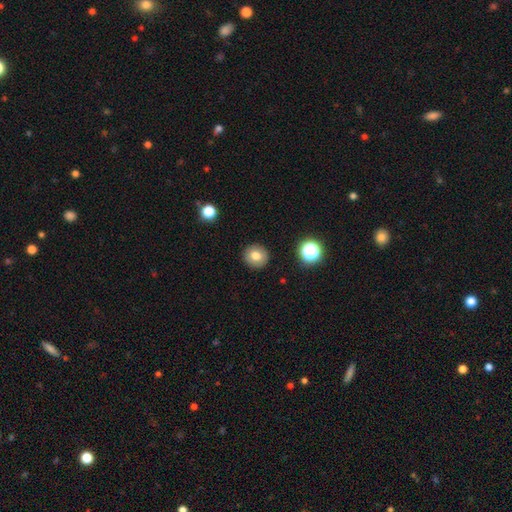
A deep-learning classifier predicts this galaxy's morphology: A smooth galaxy with no disk features (78%) that is round (91%). Merging: none (91%).